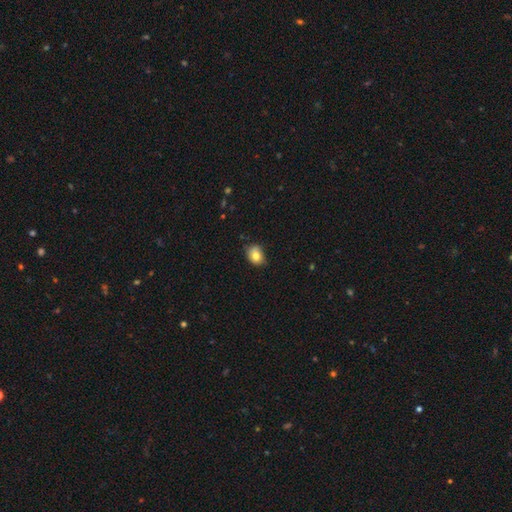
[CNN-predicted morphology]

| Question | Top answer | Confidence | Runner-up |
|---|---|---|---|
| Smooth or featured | smooth | 80% | featured or disk (11%) |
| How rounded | in between | 61% | round (38%) |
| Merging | none | 70% | minor disturbance (25%) |